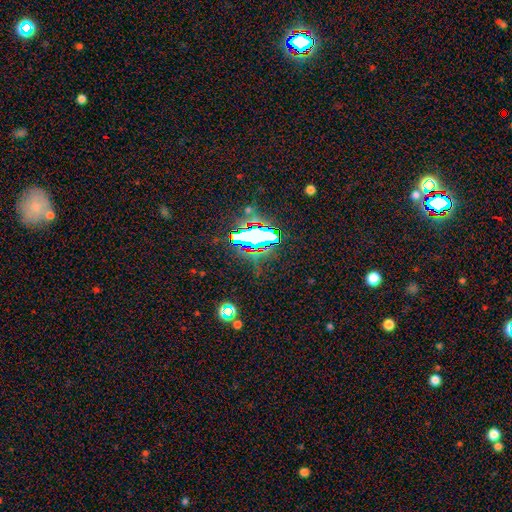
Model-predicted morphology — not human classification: smooth-or-featured: star or artifact: 78% | smooth: 15% | featured or disk: 8%